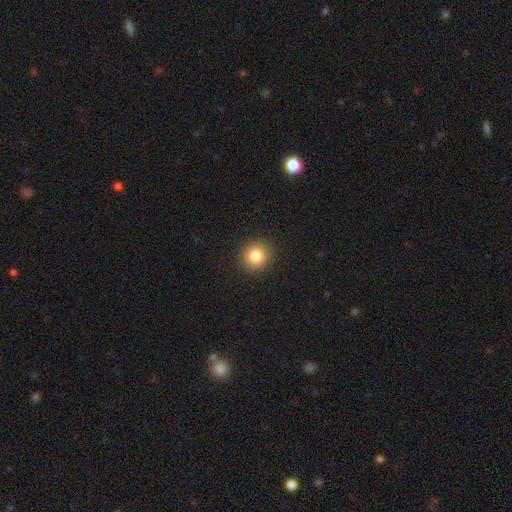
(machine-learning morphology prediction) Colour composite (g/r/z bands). It shows a smooth galaxy with no disk features (83%) that is round (88%). Merging: none (91%).